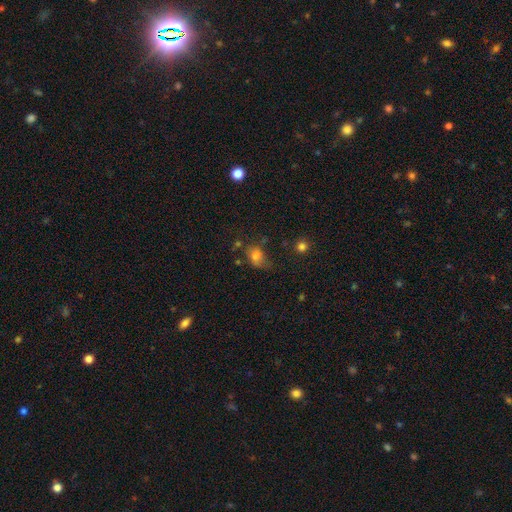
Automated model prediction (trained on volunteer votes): The model was most divided on "merging": none: 41%, minor disturbance: 31%, major disturbance: 21%, merger: 7%. More confident: smooth or featured — smooth (72%); how rounded — in between (68%).